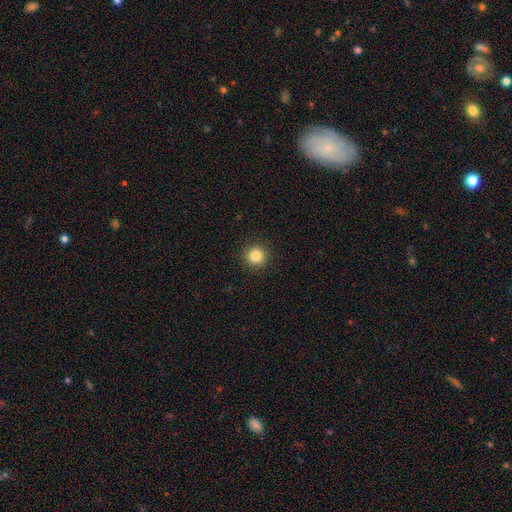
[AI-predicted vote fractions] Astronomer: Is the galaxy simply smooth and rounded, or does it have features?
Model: smooth — 84%.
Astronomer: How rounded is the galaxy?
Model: round — 95%.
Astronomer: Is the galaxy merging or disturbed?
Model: none — 92%.